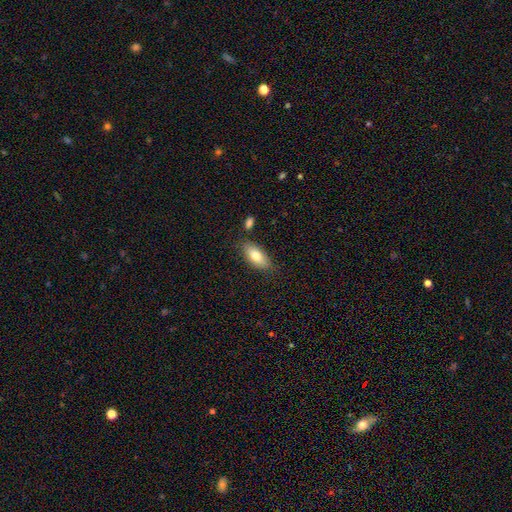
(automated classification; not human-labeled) The model was most divided on "merging": none: 78%, minor disturbance: 14%, merger: 5%, major disturbance: 3%. More confident: how rounded — in between (87%); smooth or featured — smooth (80%).